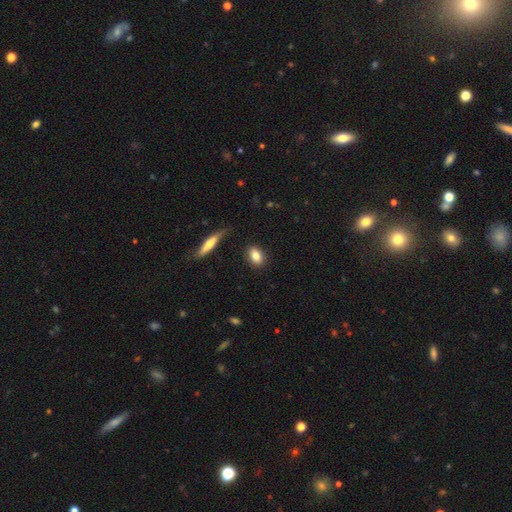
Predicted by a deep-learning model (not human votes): Q: Smooth or featured?
A: smooth (82%); runner-up: featured or disk (10%)
Q: How rounded?
A: in between (75%); runner-up: round (20%)
Q: Merging?
A: none (87%); runner-up: minor disturbance (9%)